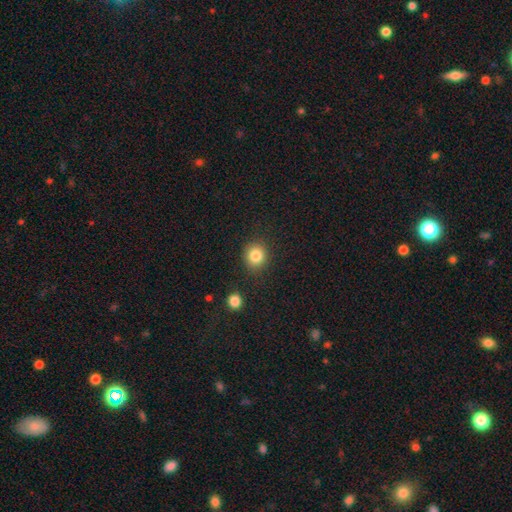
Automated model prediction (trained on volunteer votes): smooth 84%, star or artifact 11%, featured or disk 6%. Down the decision tree: how rounded — round (85%); merging — none (87%).